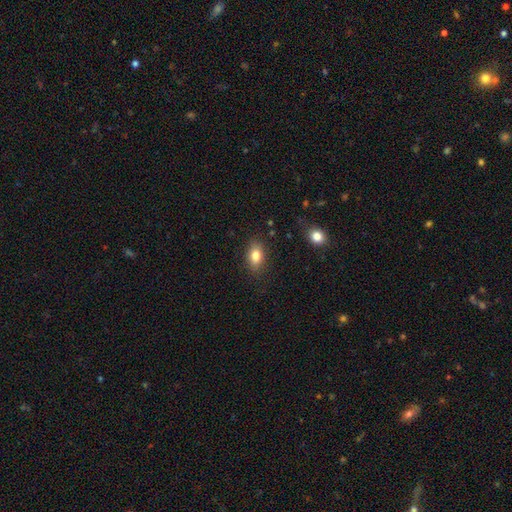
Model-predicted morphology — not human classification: Smooth or featured? Predicted: smooth (p=0.81). How rounded? Predicted: in between (p=0.82). Merging? Predicted: none (p=0.84).